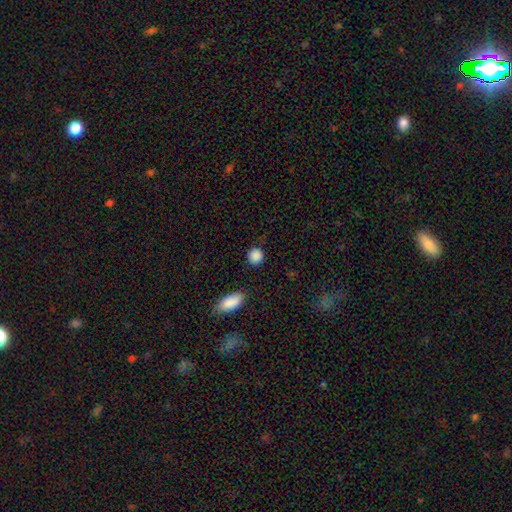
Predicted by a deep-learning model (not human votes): Smooth or featured: smooth — 88% (star or artifact — 9%)
How rounded: round — 89% (in between — 10%)
Merging: none — 86% (minor disturbance — 9%)